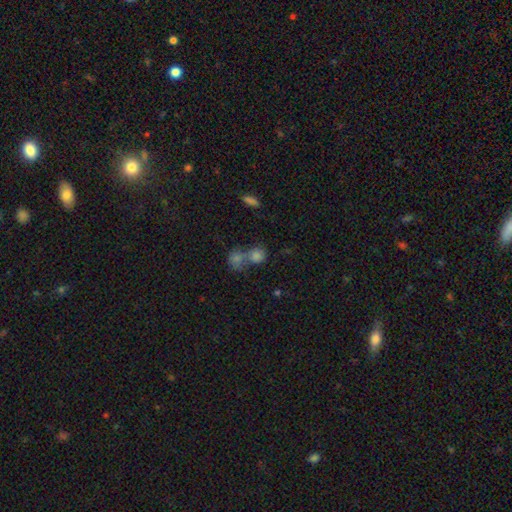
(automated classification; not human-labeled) Smooth or featured? Predicted: smooth (p=0.77). How rounded? Predicted: round (p=0.75). Merging? Predicted: merger (p=0.52).